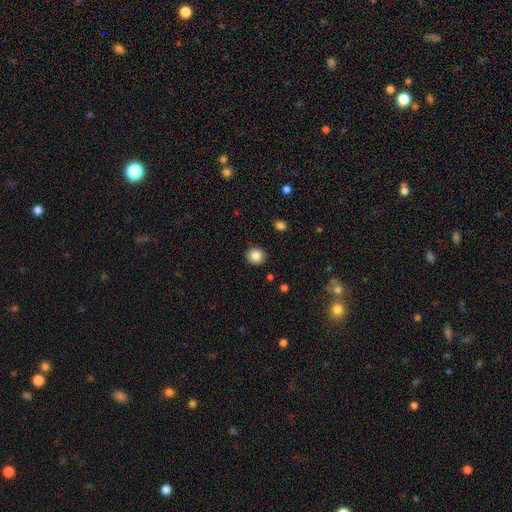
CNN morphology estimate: A smooth galaxy with no disk features (85%) that is round (89%).

Vote fractions:
- Smooth or featured? smooth: 85% / star or artifact: 10% / featured or disk: 5%
- How rounded? round: 89% / in between: 10% / cigar-shaped: 1%
- Merging? none: 90% / minor disturbance: 6% / major disturbance: 2% / merger: 1%